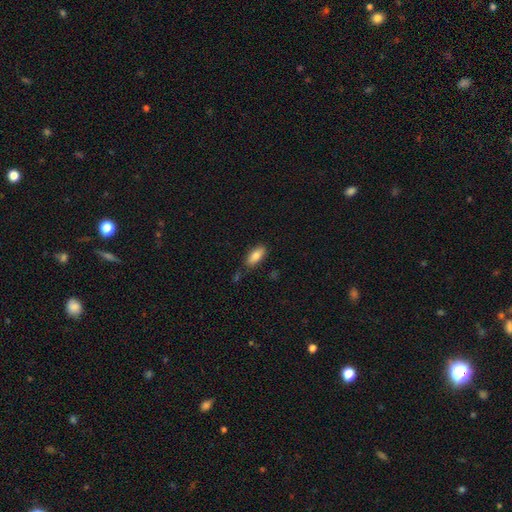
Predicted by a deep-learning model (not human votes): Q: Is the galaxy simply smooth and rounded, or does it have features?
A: smooth — 81%.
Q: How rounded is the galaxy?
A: in between — 85%.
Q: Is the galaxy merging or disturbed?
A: none — 75%.